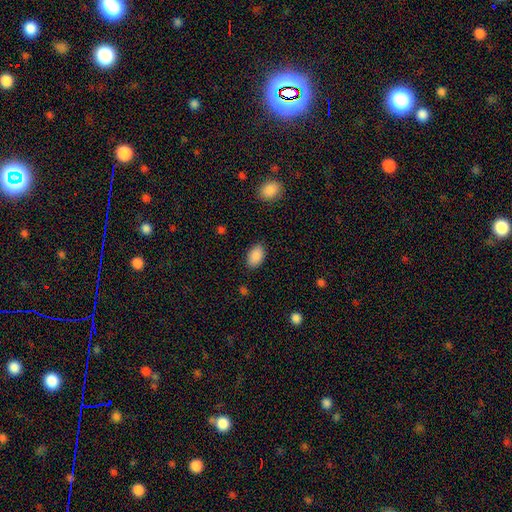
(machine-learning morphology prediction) smooth-or-featured: smooth: 89% | star or artifact: 7% | featured or disk: 4%
  how-rounded: in between: 92% | round: 7% | cigar-shaped: 1%
  merging: none: 85% | minor disturbance: 11% | major disturbance: 3% | merger: 1%